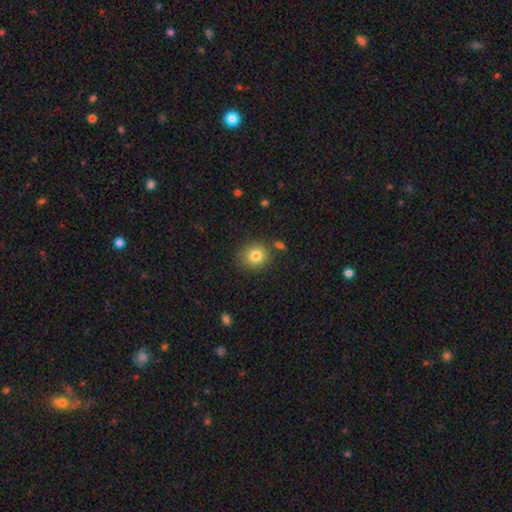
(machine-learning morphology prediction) Overall: smooth (81%). How rounded: round (80%). Merging: none (82%).